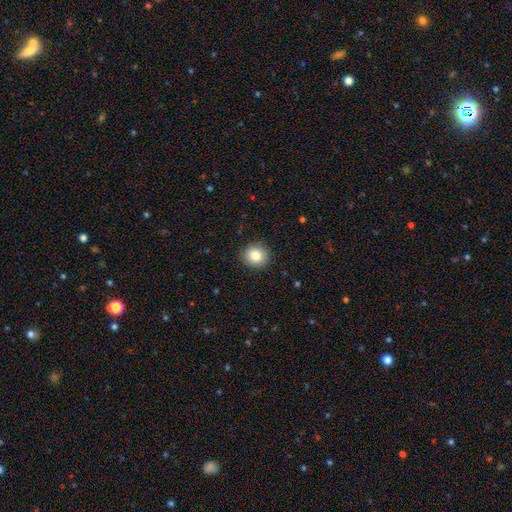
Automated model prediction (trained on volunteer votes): Overall: smooth (82%). How rounded: round (85%). Merging: none (91%).